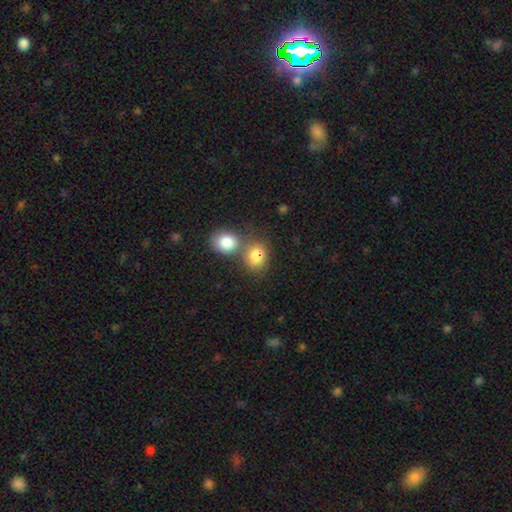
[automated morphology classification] smooth_or_featured: smooth (p=0.81) [alt: star or artifact p=0.10]
how_rounded: round (p=0.56) [alt: in between p=0.43]
merging: merger (p=0.45) [alt: none p=0.41]